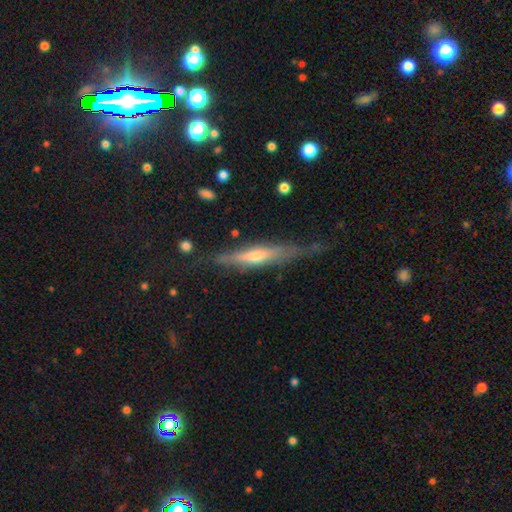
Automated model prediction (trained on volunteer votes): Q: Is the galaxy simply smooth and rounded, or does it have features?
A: featured or disk — 64%.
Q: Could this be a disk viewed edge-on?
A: yes — 90%.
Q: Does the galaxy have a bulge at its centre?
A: rounded — 65%.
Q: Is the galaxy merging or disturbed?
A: none — 65%.